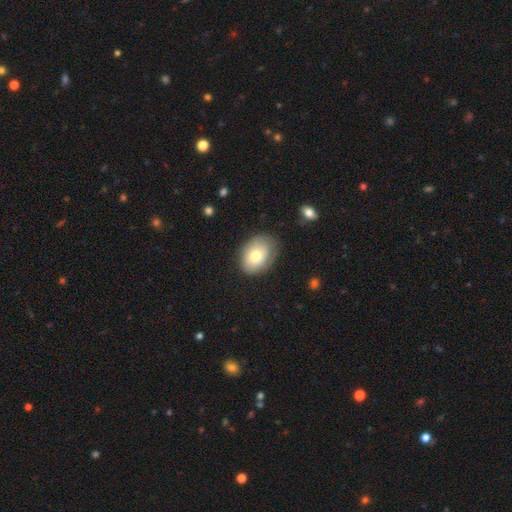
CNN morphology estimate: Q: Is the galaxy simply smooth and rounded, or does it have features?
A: smooth — 70%.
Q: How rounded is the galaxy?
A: in between — 71%.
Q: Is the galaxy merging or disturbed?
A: none — 78%.